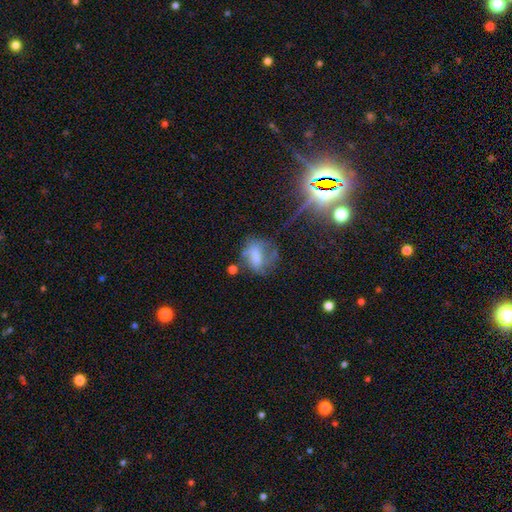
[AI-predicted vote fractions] Overall: smooth (51%; featured or disk 35%). How rounded: in between (65%; round 32%). Merging: major disturbance (33%, tied with none).